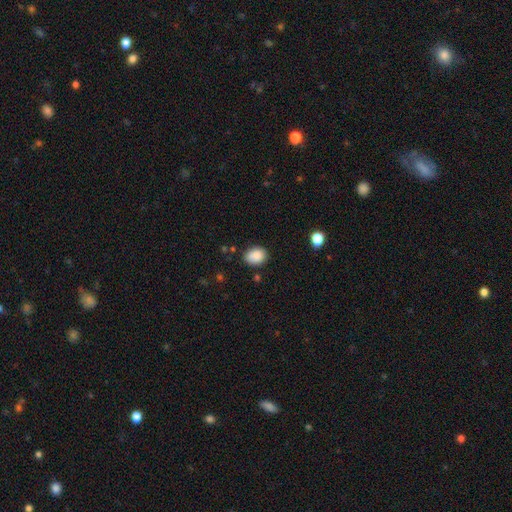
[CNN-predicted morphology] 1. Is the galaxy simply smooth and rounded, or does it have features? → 87% smooth, 8% star or artifact, 5% featured or disk.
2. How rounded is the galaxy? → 63% in between, 36% round, 1% cigar-shaped.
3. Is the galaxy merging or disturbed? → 75% none, 18% minor disturbance, 4% major disturbance, 3% merger.